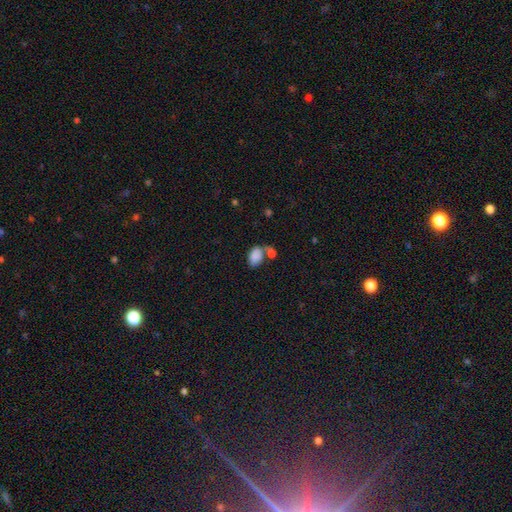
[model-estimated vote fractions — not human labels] Smooth or featured?
  - smooth: 84% *
  - star or artifact: 8%
  - featured or disk: 7%
How rounded?
  - in between: 89% *
  - round: 10%
  - cigar-shaped: 1%
Merging?
  - none: 41% *
  - merger: 36%
  - minor disturbance: 15%
  - major disturbance: 7%